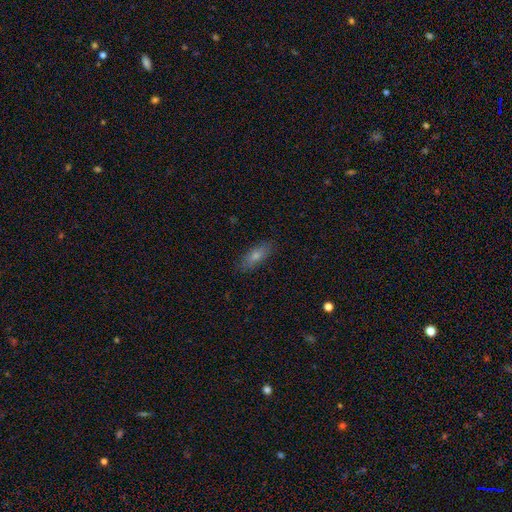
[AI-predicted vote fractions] Smooth or featured: smooth — 63% (featured or disk — 25%)
How rounded: in between — 55% (cigar-shaped — 42%)
Merging: none — 86% (minor disturbance — 11%)